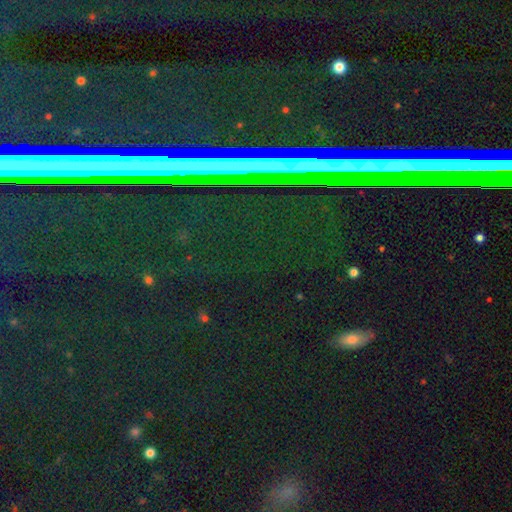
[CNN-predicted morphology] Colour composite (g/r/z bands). It shows a star or artifact, not a galaxy (79%).